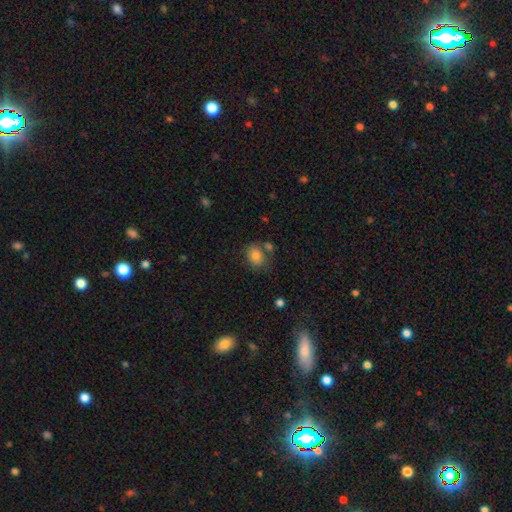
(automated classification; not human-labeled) Smooth or featured: smooth — 82% (star or artifact — 9%)
How rounded: in between — 61% (round — 38%)
Merging: none — 62% (minor disturbance — 17%)